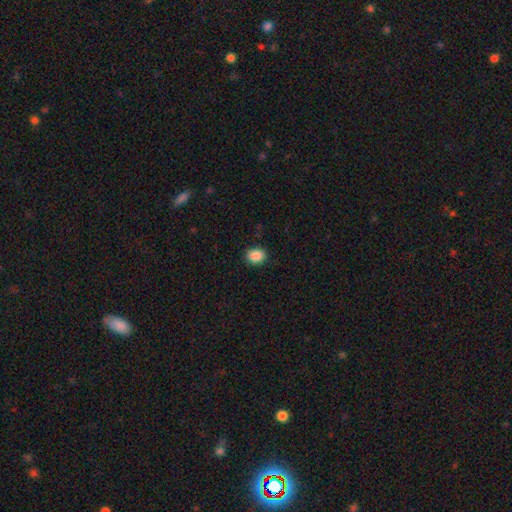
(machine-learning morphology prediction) Q: Smooth or featured?
A: smooth (88%); runner-up: star or artifact (9%)
Q: How rounded?
A: in between (51%); runner-up: round (48%)
Q: Merging?
A: none (86%); runner-up: minor disturbance (11%)